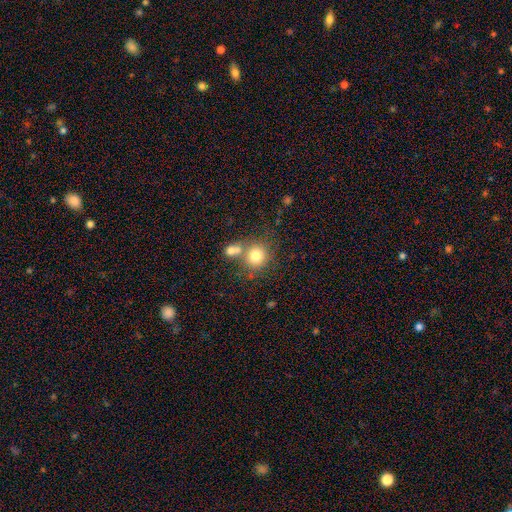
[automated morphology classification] A smooth galaxy with no disk features (77%) that is round (84%). Merging: none (52%).